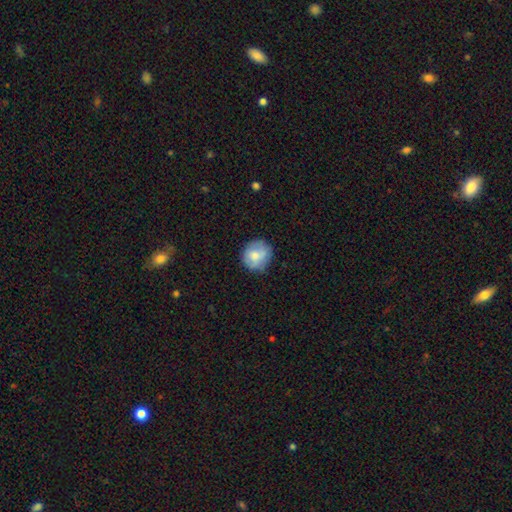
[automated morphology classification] Q: Smooth or featured?
A: smooth (73%); runner-up: featured or disk (20%)
Q: How rounded?
A: round (88%); runner-up: in between (11%)
Q: Merging?
A: none (76%); runner-up: minor disturbance (18%)